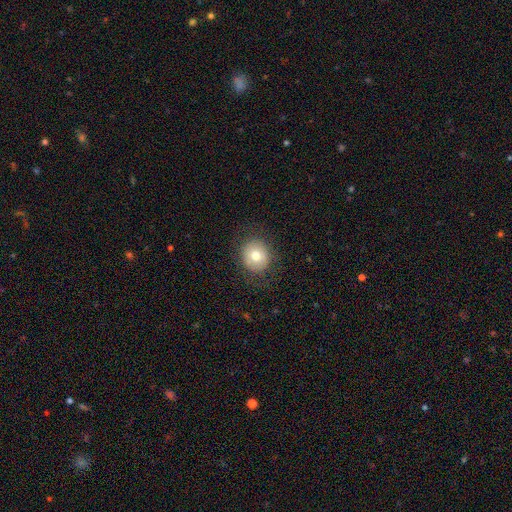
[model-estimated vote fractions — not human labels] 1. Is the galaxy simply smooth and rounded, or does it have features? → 72% smooth, 17% featured or disk, 10% star or artifact.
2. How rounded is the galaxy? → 86% round, 13% in between, 1% cigar-shaped.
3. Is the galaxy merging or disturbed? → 83% none, 11% minor disturbance, 5% major disturbance, 1% merger.